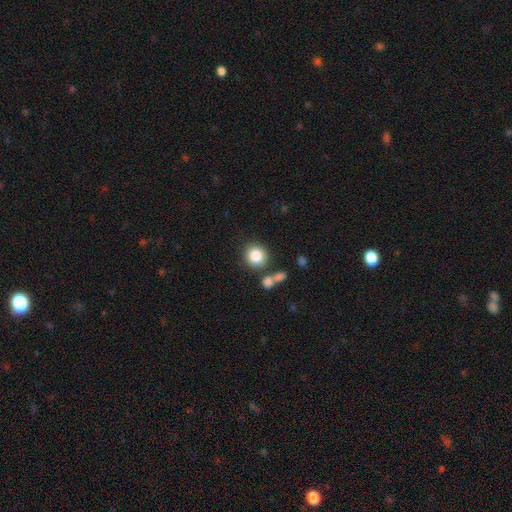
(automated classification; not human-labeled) smooth_or_featured: smooth (p=0.83) [alt: star or artifact p=0.10]
how_rounded: round (p=0.88) [alt: in between p=0.11]
merging: none (p=0.73) [alt: merger p=0.13]